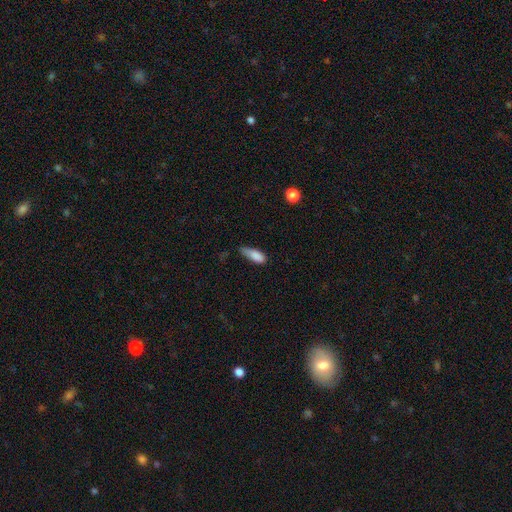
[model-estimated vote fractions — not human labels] Q: Smooth or featured?
A: smooth (84%); runner-up: star or artifact (8%)
Q: How rounded?
A: in between (71%); runner-up: cigar-shaped (26%)
Q: Merging?
A: minor disturbance (45%); runner-up: none (37%)